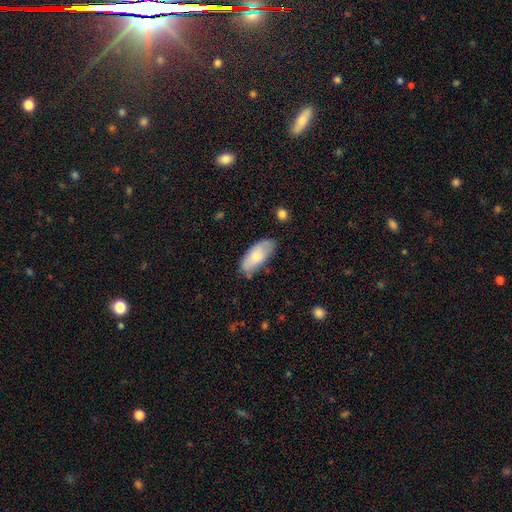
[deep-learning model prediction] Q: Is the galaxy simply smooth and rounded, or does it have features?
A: smooth — 70%.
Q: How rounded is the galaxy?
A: in between — 88%.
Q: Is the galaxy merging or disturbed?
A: none — 71%.